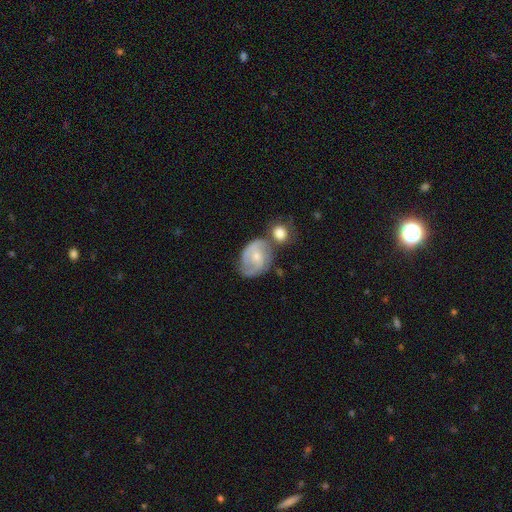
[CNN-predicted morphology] Overall: featured or disk (67%). Edge-on disk: no (97%). Bar: no (55%; weak 37%). Spiral arms: yes (85%). Spiral arm count: 2 (60%; can't tell 21%). Spiral winding: medium (44%; tight 37%). Bulge size: small (58%; moderate 37%). Merging: none (45%; merger 23%).